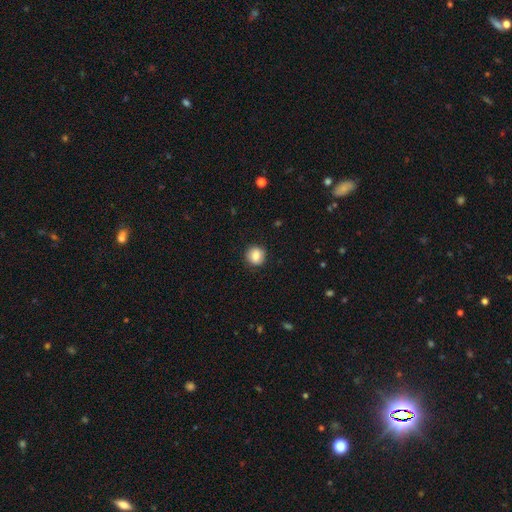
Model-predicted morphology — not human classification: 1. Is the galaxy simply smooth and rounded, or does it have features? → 83% smooth, 9% star or artifact, 9% featured or disk.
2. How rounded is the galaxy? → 87% round, 12% in between, 1% cigar-shaped.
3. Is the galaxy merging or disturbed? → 88% none, 8% minor disturbance, 2% major disturbance, 1% merger.